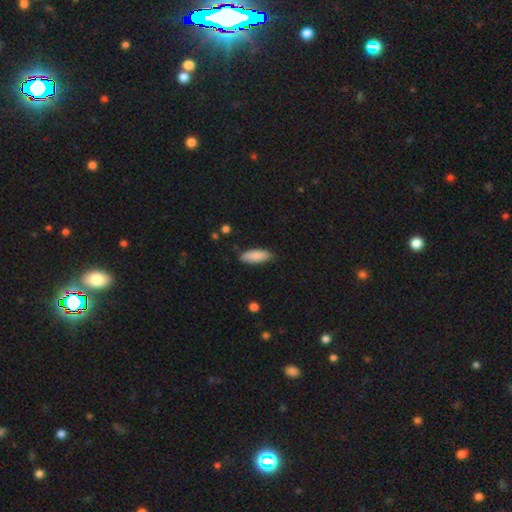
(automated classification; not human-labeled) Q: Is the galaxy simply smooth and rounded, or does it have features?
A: smooth — 87%.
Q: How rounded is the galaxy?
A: in between — 67%.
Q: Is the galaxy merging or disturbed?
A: none — 84%.